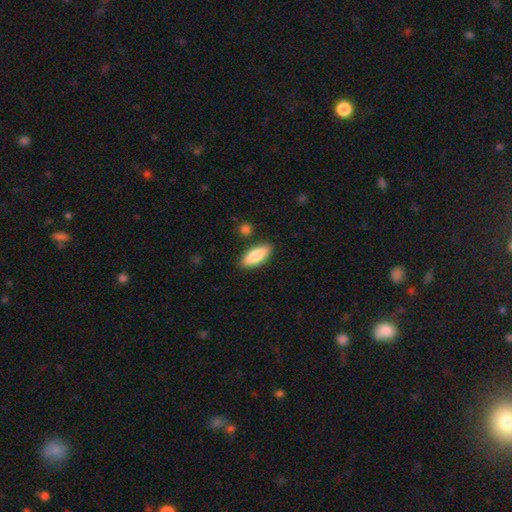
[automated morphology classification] smooth-or-featured: smooth: 83% | featured or disk: 11% | star or artifact: 6%
  how-rounded: in between: 76% | cigar-shaped: 21% | round: 2%
  merging: none: 85% | minor disturbance: 9% | merger: 3% | major disturbance: 2%